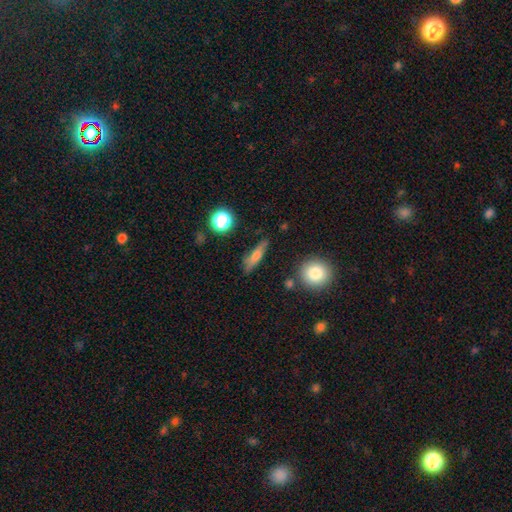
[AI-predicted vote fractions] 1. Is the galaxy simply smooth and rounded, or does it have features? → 62% smooth, 29% featured or disk, 9% star or artifact.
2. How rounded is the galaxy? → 65% cigar-shaped, 28% in between, 7% round.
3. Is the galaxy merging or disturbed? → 77% none, 16% minor disturbance, 4% major disturbance, 4% merger.